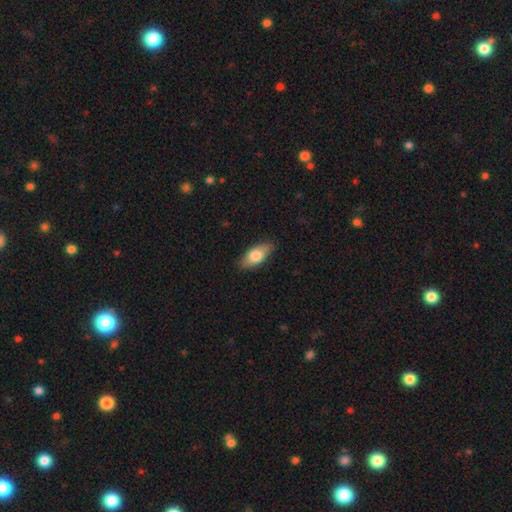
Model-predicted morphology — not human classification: Smooth or featured?
  - smooth: 74% *
  - featured or disk: 20%
  - star or artifact: 6%
How rounded?
  - in between: 83% *
  - cigar-shaped: 13%
  - round: 3%
Merging?
  - none: 86% *
  - minor disturbance: 11%
  - major disturbance: 2%
  - merger: 1%